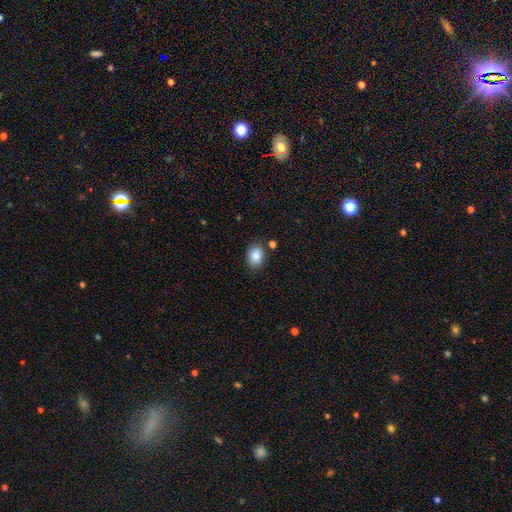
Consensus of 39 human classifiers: smooth_or_featured: smooth (p=0.97) [alt: star or artifact p=0.03]
how_rounded: in between (p=0.63) [alt: round p=0.37]
merging: none (p=0.89) [alt: minor disturbance p=0.11]